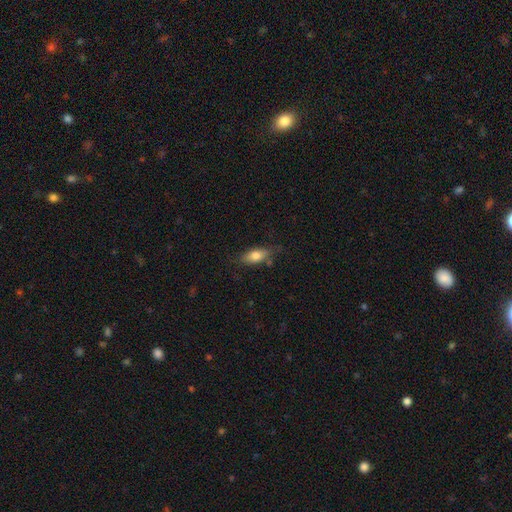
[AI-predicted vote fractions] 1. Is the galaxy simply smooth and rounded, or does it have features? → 76% smooth, 17% featured or disk, 7% star or artifact.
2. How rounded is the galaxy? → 79% in between, 17% cigar-shaped, 4% round.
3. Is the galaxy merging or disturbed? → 72% none, 20% minor disturbance, 5% major disturbance, 4% merger.